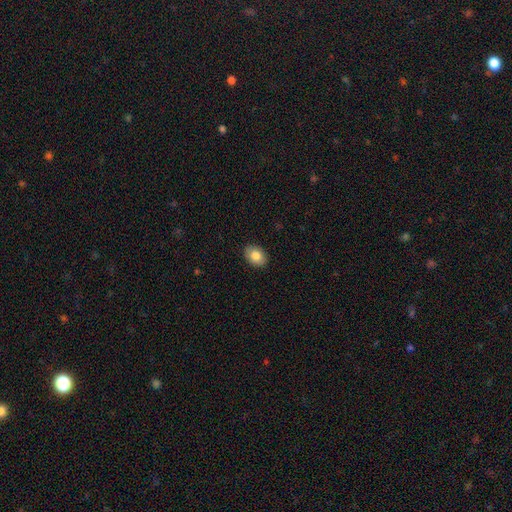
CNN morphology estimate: Smooth or featured?
  - smooth: 83% *
  - featured or disk: 9%
  - star or artifact: 8%
How rounded?
  - in between: 72% *
  - round: 27%
  - cigar-shaped: 1%
Merging?
  - none: 89% *
  - minor disturbance: 8%
  - major disturbance: 2%
  - merger: 1%